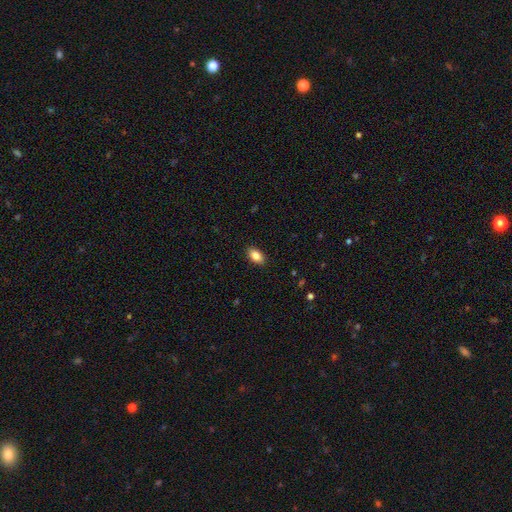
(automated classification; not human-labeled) Overall: smooth (86%). How rounded: in between (90%). Merging: none (89%).